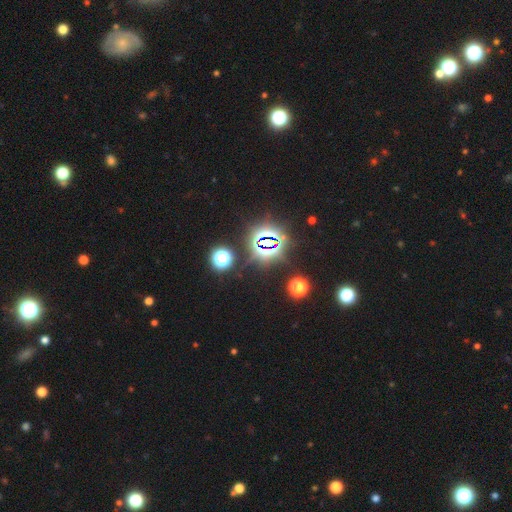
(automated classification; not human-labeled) star or artifact 78%, smooth 15%, featured or disk 7%.